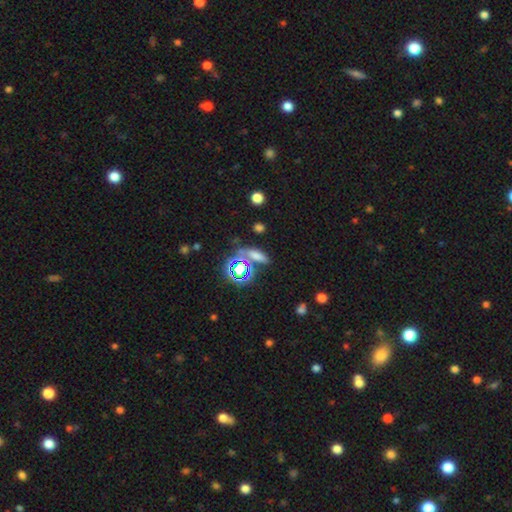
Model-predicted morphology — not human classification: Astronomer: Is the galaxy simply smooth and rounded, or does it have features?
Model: smooth — 54% (runner-up: star or artifact, 33%).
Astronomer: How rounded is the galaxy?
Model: in between — 47% (runner-up: cigar-shaped, 37%).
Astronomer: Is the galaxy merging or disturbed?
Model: none — 67%.